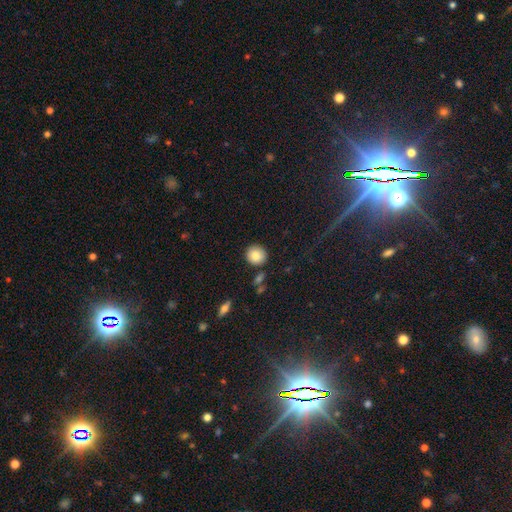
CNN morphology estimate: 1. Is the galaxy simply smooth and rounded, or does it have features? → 85% smooth, 8% star or artifact, 7% featured or disk.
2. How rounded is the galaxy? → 90% round, 9% in between, 1% cigar-shaped.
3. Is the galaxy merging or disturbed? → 88% none, 7% minor disturbance, 3% merger, 2% major disturbance.